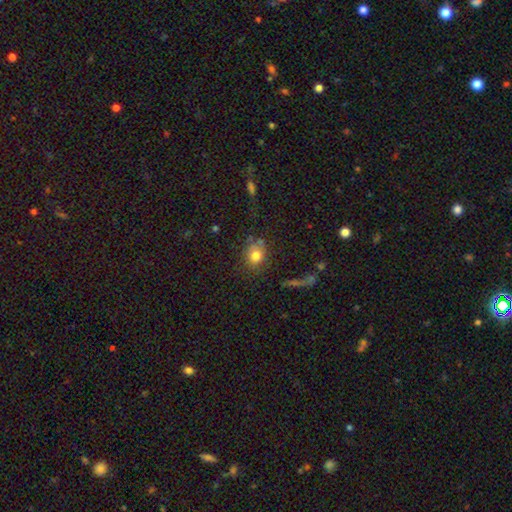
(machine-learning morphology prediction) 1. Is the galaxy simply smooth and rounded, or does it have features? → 79% smooth, 12% star or artifact, 9% featured or disk.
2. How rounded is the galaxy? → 66% round, 33% in between, 2% cigar-shaped.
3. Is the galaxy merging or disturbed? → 69% none, 16% minor disturbance, 8% major disturbance, 7% merger.